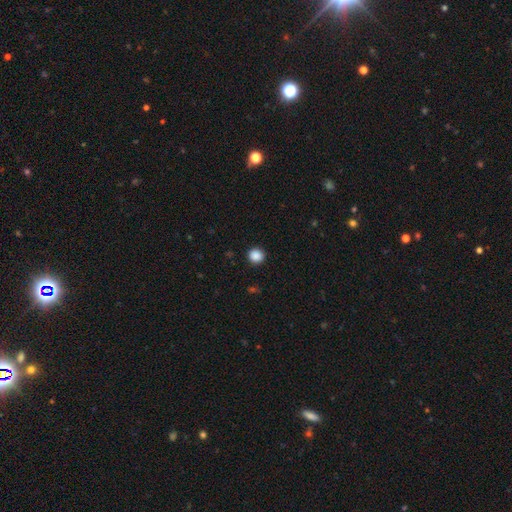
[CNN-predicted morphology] Smooth or featured: smooth — 88% (star or artifact — 9%)
How rounded: round — 92% (in between — 7%)
Merging: none — 92% (minor disturbance — 5%)